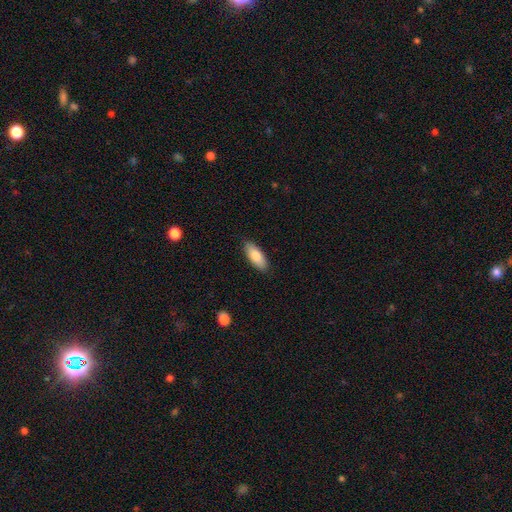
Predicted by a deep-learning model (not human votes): Q: Smooth or featured?
A: smooth (81%); runner-up: featured or disk (13%)
Q: How rounded?
A: in between (77%); runner-up: cigar-shaped (21%)
Q: Merging?
A: none (88%); runner-up: minor disturbance (9%)